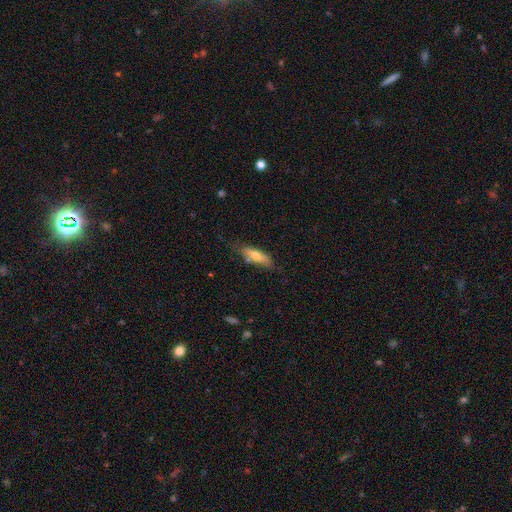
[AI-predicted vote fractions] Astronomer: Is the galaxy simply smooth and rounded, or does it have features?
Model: smooth — 62%.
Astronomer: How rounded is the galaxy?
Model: cigar-shaped — 50% (runner-up: in between, 47%).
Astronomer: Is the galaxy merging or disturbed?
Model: none — 71%.